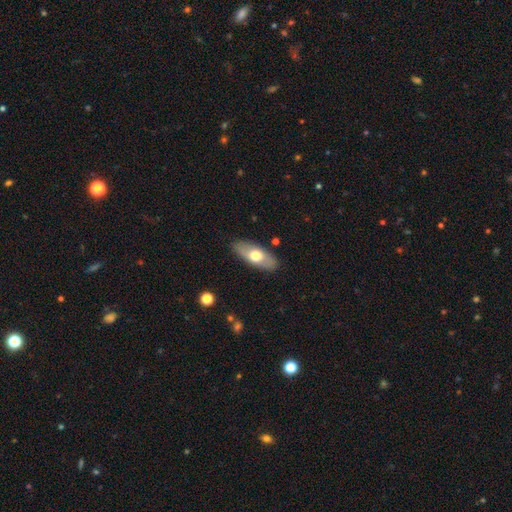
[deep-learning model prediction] smooth 61%, featured or disk 34%, star or artifact 5%. Down the decision tree: how rounded — in between (82%); merging — none (87%).